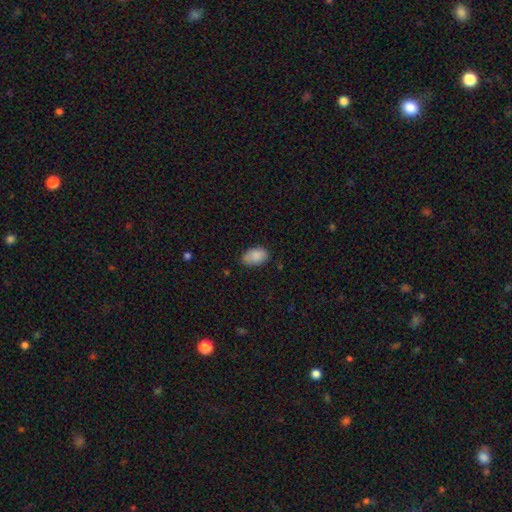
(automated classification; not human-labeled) smooth-or-featured: smooth: 87% | star or artifact: 7% | featured or disk: 6%
  how-rounded: in between: 91% | round: 8% | cigar-shaped: 1%
  merging: none: 75% | minor disturbance: 20% | major disturbance: 4% | merger: 1%